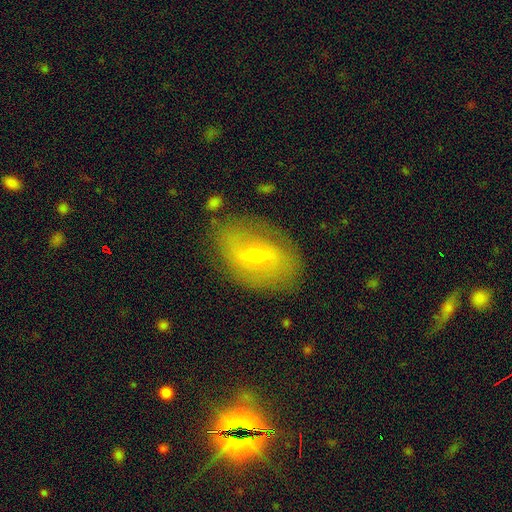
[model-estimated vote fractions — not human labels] A featured or disk galaxy (66%) with a weak bar (50%), spiral arms (68%) and a small central bulge (56%). Merging: none (77%).